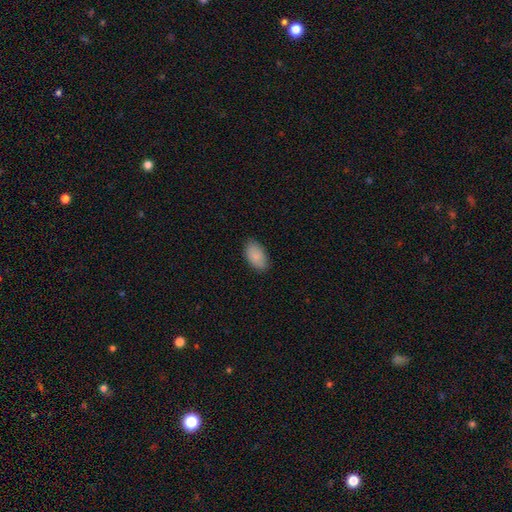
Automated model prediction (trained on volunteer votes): This is clearly a smooth galaxy (88%). How rounded: clearly in between (94%). Merging: clearly none (84%).